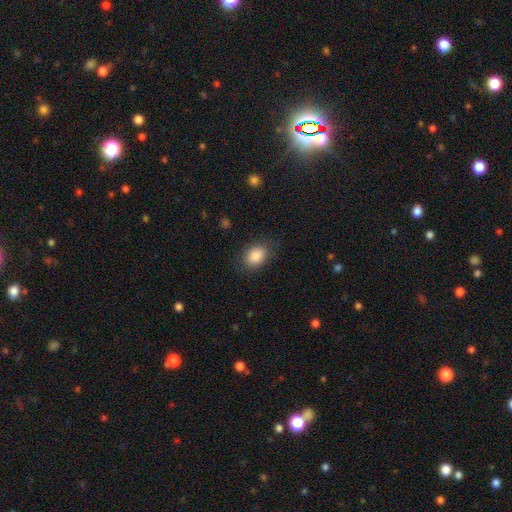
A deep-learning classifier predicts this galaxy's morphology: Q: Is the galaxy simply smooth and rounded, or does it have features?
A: smooth — 88%.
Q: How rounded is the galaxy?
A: in between — 75%.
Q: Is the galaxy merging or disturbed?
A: none — 83%.